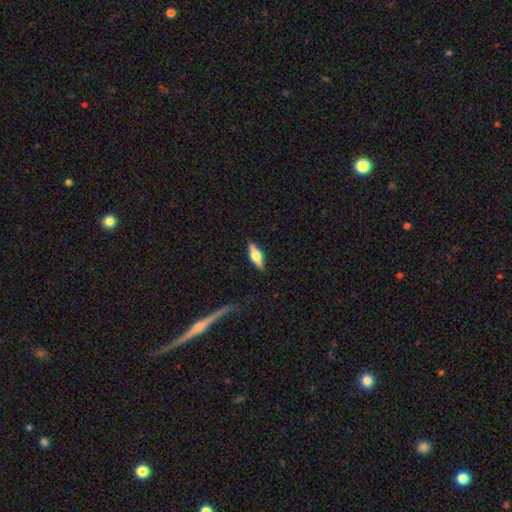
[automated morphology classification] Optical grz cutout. It shows a featured or disk galaxy (49%). Merging: none (87%).